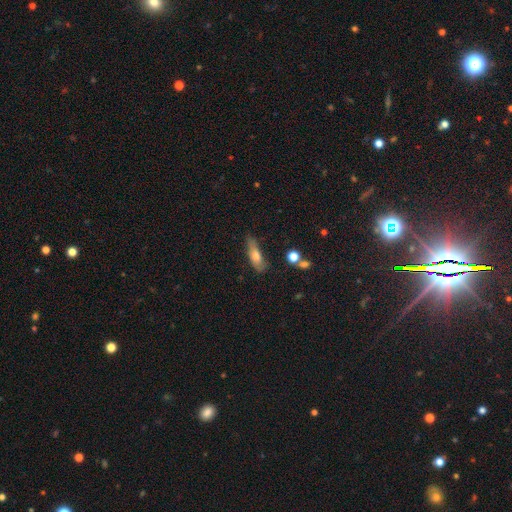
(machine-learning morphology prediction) This appears to be a smooth galaxy with no disk features (68%) that is in between round and cigar-shaped (54%). Merging: none (55%).